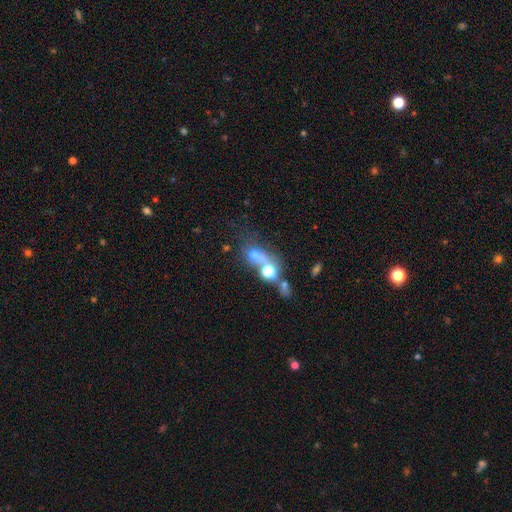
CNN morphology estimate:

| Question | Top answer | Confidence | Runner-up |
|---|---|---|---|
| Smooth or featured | smooth | 55% | featured or disk (23%) |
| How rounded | round | 57% | in between (38%) |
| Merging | merger | 56% | none (26%) |